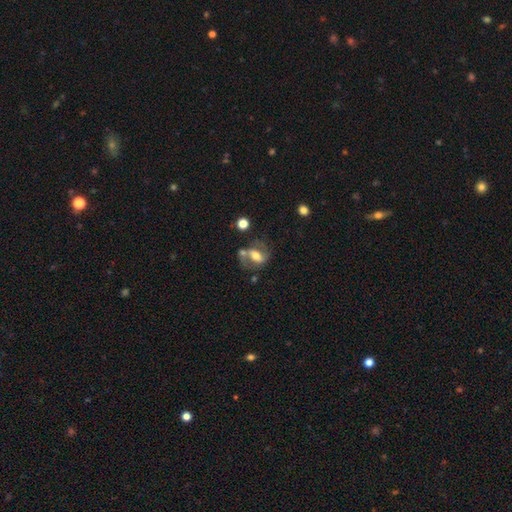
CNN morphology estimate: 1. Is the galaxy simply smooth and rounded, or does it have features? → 59% featured or disk, 33% smooth, 9% star or artifact.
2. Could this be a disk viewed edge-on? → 94% no, 6% yes.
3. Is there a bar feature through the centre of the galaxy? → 38% strong, 35% weak, 27% no.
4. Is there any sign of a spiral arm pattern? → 72% yes, 28% no.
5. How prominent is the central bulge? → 54% moderate, 23% large, 17% small, 3% none, 3% dominant.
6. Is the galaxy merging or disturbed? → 47% none, 22% merger, 18% minor disturbance, 14% major disturbance.